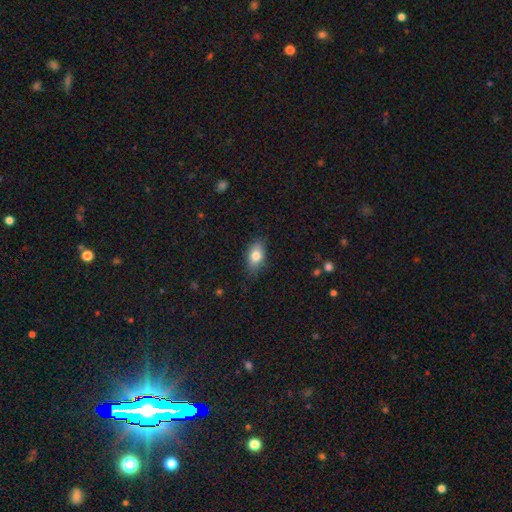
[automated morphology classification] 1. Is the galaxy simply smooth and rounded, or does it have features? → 80% smooth, 12% featured or disk, 8% star or artifact.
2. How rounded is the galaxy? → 85% in between, 10% round, 4% cigar-shaped.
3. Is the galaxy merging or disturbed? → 81% none, 15% minor disturbance, 3% major disturbance, 1% merger.